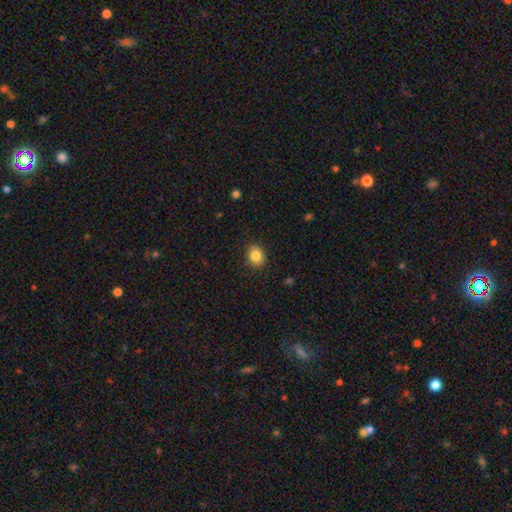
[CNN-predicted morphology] smooth 85%, star or artifact 9%, featured or disk 6%. Down the decision tree: how rounded — in between (56%); merging — none (88%).